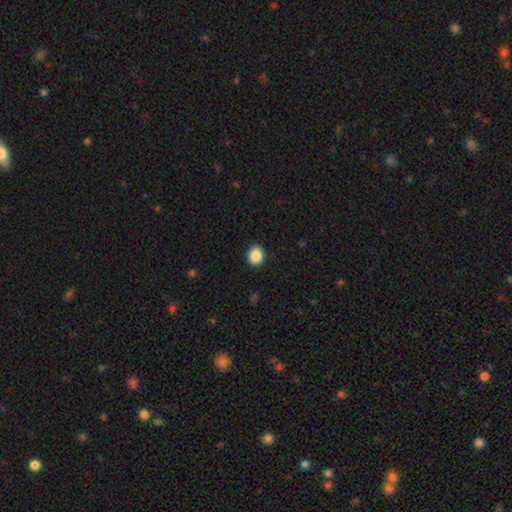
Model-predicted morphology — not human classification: This is clearly a smooth galaxy (89%). How rounded: possibly round (54%). Merging: clearly none (91%).